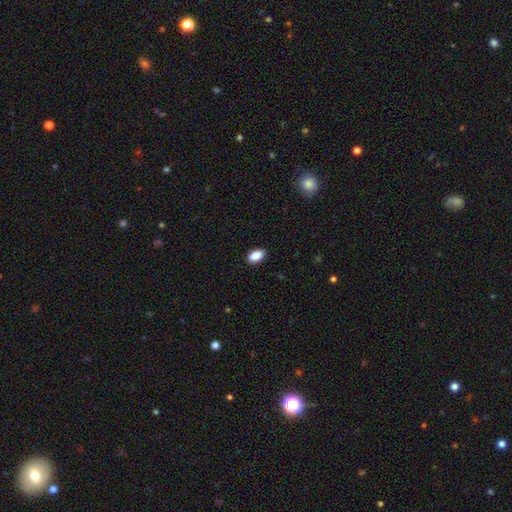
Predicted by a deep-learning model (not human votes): A smooth galaxy with no disk features (89%) that is in between round and cigar-shaped (92%).

Vote fractions:
- Smooth or featured? smooth: 89% / star or artifact: 7% / featured or disk: 4%
- How rounded? in between: 92% / round: 6% / cigar-shaped: 2%
- Merging? none: 89% / minor disturbance: 8% / major disturbance: 2% / merger: 1%